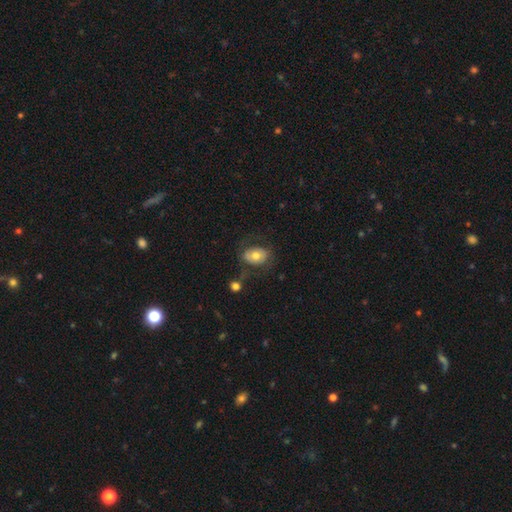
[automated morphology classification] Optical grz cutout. It shows a smooth galaxy with no disk features (61%) that is in between round and cigar-shaped (76%). Merging: none (57%).